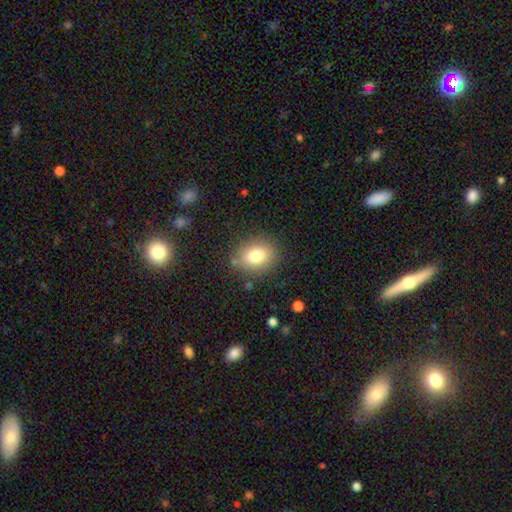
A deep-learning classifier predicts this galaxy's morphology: A smooth galaxy with no disk features (79%) that is in between round and cigar-shaped (56%).

Vote fractions:
- Smooth or featured? smooth: 79% / featured or disk: 11% / star or artifact: 10%
- How rounded? in between: 56% / round: 43% / cigar-shaped: 1%
- Merging? none: 82% / minor disturbance: 12% / major disturbance: 4% / merger: 2%